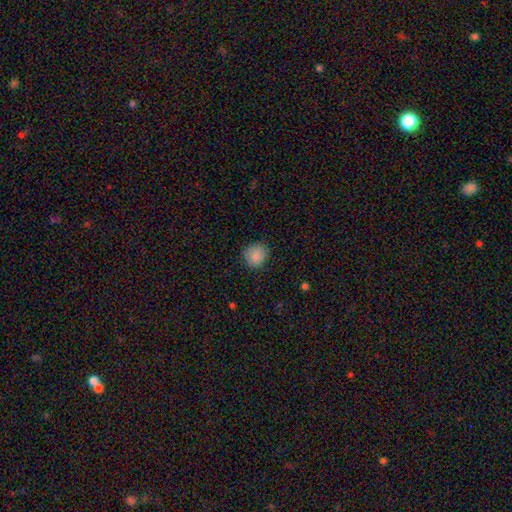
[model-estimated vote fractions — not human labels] This is clearly a smooth galaxy (88%). How rounded: likely round (79%). Merging: clearly none (82%).